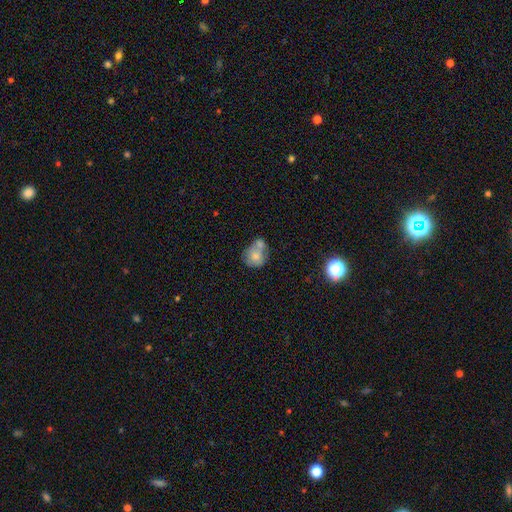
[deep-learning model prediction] Smooth or featured? smooth (69%)
How rounded? round (68%)
Merging? merger (54%)